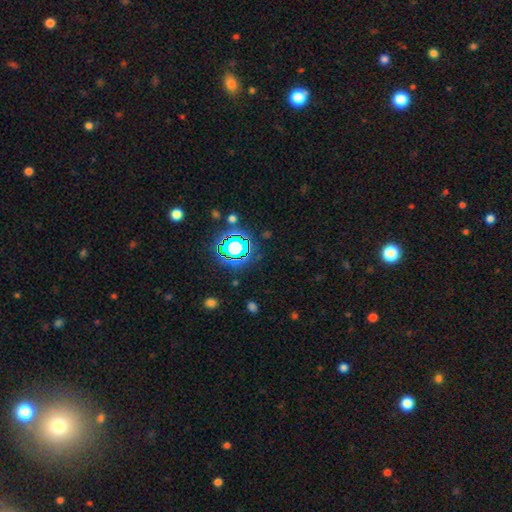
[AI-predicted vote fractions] Smooth or featured? Predicted: star or artifact (p=0.78).